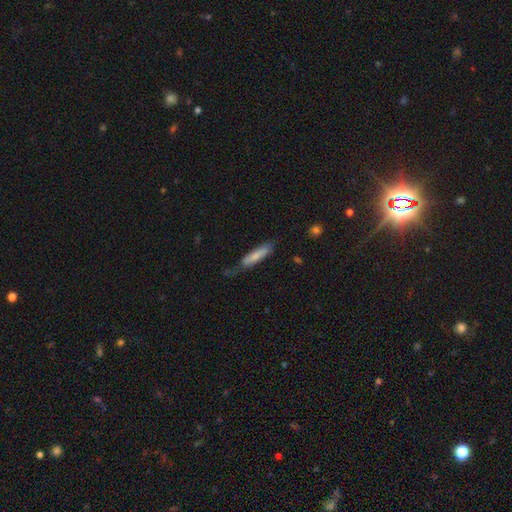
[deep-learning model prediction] A smooth galaxy with no disk features (72%) that is cigar-shaped (82%). Merging: none (56%).